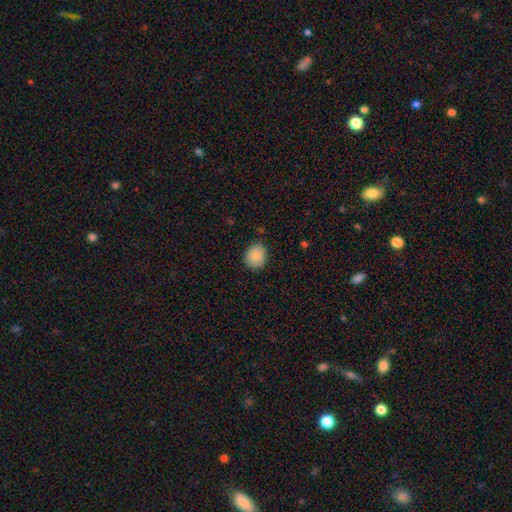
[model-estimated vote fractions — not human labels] Q: Smooth or featured?
A: smooth (88%); runner-up: star or artifact (8%)
Q: How rounded?
A: round (71%); runner-up: in between (28%)
Q: Merging?
A: none (82%); runner-up: minor disturbance (14%)